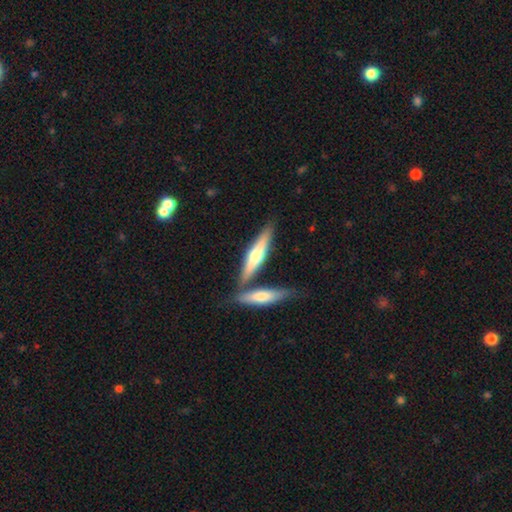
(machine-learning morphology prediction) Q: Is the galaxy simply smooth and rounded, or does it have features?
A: featured or disk — 52%.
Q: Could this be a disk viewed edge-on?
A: yes — 93%.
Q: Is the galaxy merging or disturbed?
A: none — 66%.